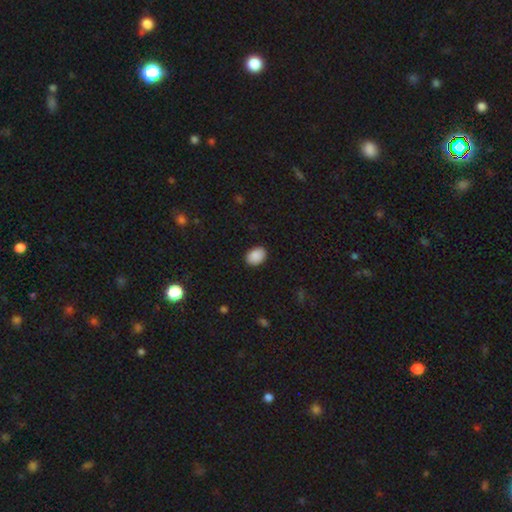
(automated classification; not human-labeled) Smooth or featured?
  - smooth: 89% *
  - star or artifact: 8%
  - featured or disk: 3%
How rounded?
  - in between: 77% *
  - round: 22%
  - cigar-shaped: 1%
Merging?
  - none: 88% *
  - minor disturbance: 9%
  - major disturbance: 2%
  - merger: 1%